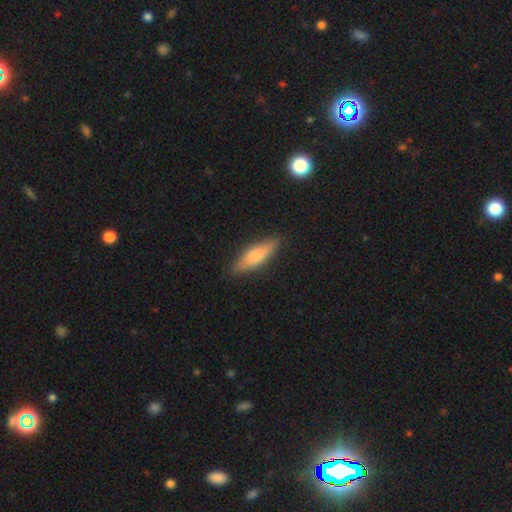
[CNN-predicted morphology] A smooth galaxy with no disk features (67%) that is cigar-shaped (60%). Merging: none (85%).